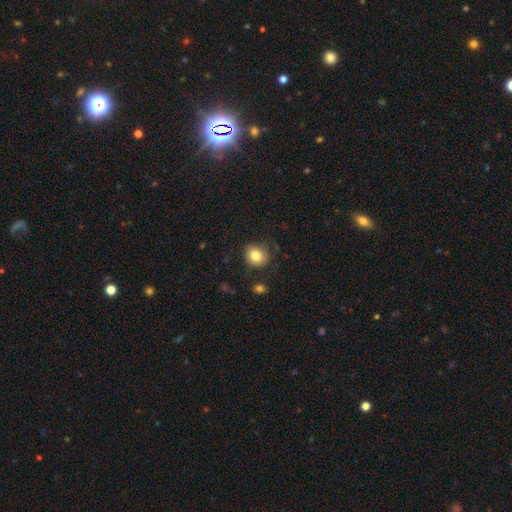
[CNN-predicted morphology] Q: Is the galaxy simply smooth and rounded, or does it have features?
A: smooth — 81%.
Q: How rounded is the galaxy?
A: round — 71%.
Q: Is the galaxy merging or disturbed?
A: none — 78%.